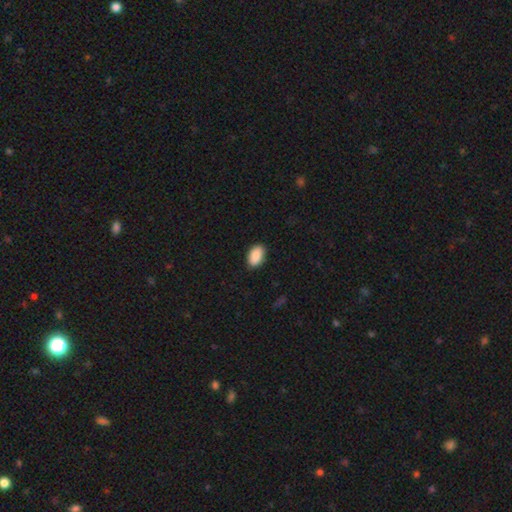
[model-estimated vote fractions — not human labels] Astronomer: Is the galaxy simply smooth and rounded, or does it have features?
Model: smooth — 89%.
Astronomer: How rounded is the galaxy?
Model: in between — 92%.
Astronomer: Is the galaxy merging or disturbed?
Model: none — 88%.